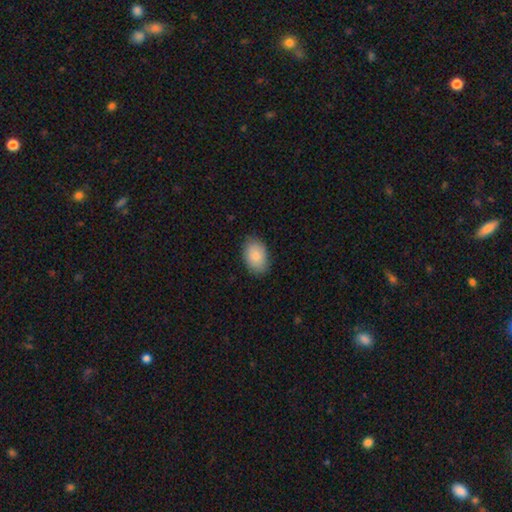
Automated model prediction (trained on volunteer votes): smooth_or_featured: smooth (p=0.86) [alt: featured or disk p=0.08]
how_rounded: in between (p=0.89) [alt: round p=0.10]
merging: none (p=0.85) [alt: minor disturbance p=0.12]